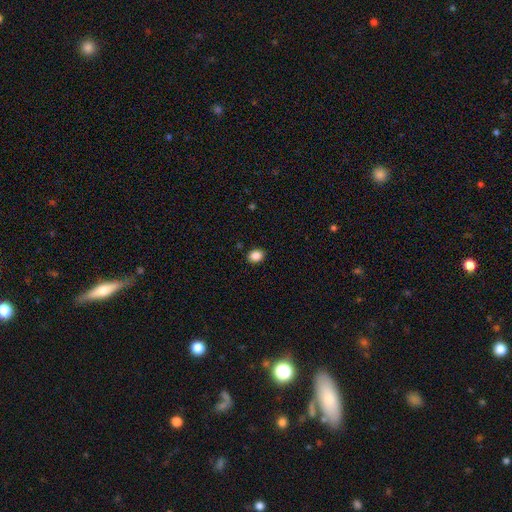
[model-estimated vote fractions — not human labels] Q: Smooth or featured?
A: smooth (87%); runner-up: star or artifact (9%)
Q: How rounded?
A: in between (55%); runner-up: round (44%)
Q: Merging?
A: none (89%); runner-up: minor disturbance (8%)